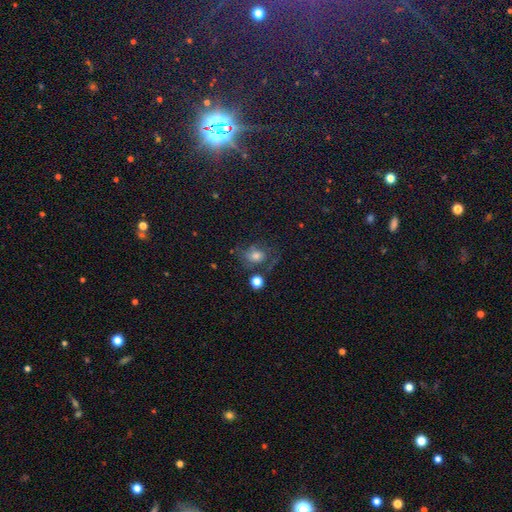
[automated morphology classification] This is possibly a smooth galaxy (47%). Merging: possibly none (53%).